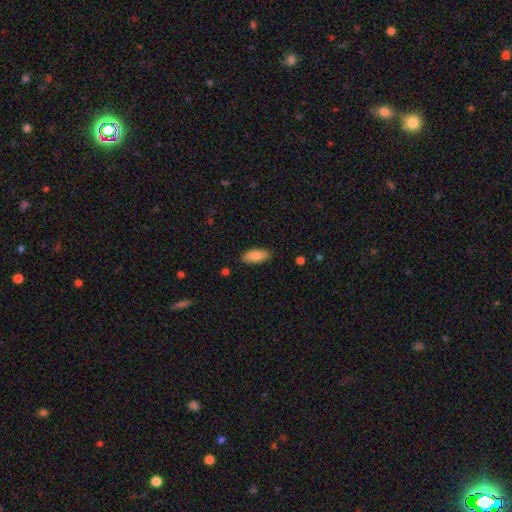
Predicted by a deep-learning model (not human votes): Smooth or featured?
  - smooth: 86% *
  - featured or disk: 8%
  - star or artifact: 6%
How rounded?
  - in between: 86% *
  - cigar-shaped: 12%
  - round: 2%
Merging?
  - none: 85% *
  - minor disturbance: 12%
  - major disturbance: 2%
  - merger: 1%